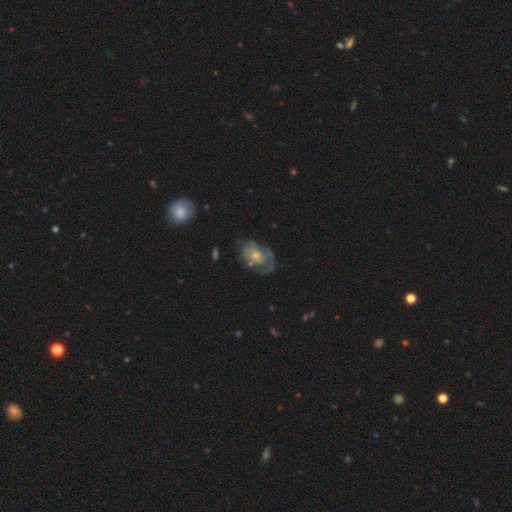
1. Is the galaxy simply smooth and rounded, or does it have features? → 62% featured or disk, 31% smooth, 8% star or artifact.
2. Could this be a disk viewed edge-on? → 92% no, 8% yes.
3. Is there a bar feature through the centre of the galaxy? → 91% no, 9% weak, 0% strong.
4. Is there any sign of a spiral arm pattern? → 64% yes, 36% no.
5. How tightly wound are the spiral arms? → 50% tight, 36% medium, 14% loose.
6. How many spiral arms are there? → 57% can't tell, 29% 2, 14% 1, 0% 3, 0% 4, 0% more than 4.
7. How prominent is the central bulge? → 64% moderate, 23% small, 9% none, 5% large, 0% dominant.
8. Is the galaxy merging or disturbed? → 44% none, 36% minor disturbance, 19% major disturbance, 0% merger.